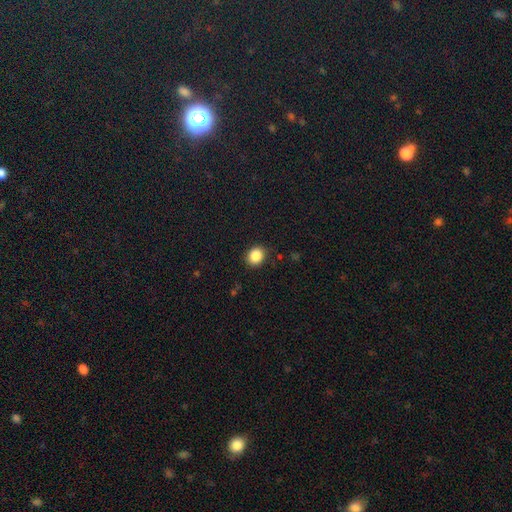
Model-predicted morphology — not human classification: The model was most divided on "how rounded": round: 68%, in between: 31%, cigar-shaped: 1%. More confident: merging — none (88%); smooth or featured — smooth (86%).